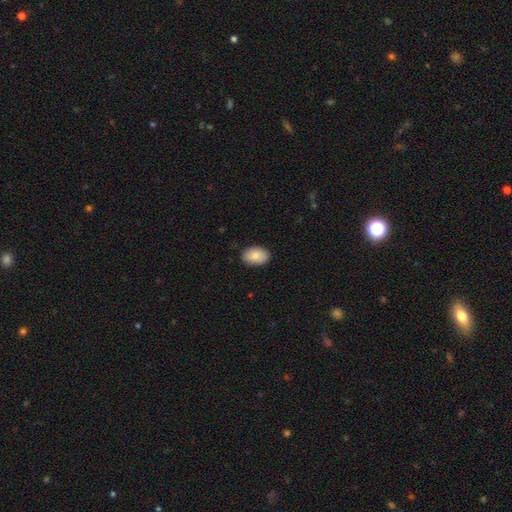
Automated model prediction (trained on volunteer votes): Smooth or featured? Predicted: smooth (p=0.84). How rounded? Predicted: in between (p=0.90). Merging? Predicted: none (p=0.87).